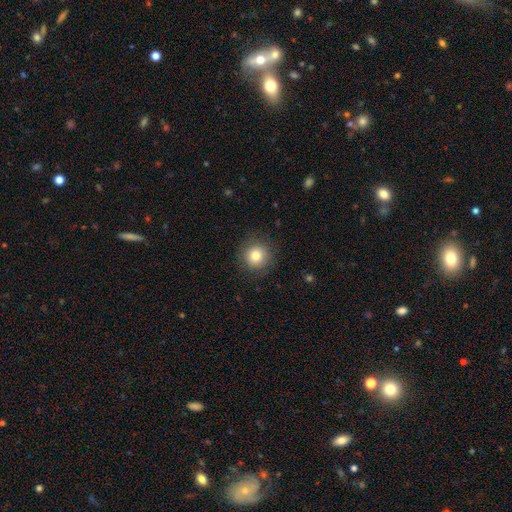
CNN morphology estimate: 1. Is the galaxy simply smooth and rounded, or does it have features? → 81% smooth, 11% star or artifact, 9% featured or disk.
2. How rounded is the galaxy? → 93% round, 6% in between, 1% cigar-shaped.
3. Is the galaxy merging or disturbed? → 88% none, 8% minor disturbance, 3% major disturbance, 1% merger.